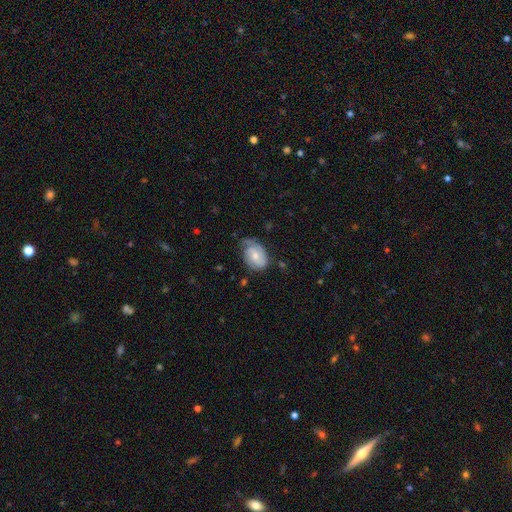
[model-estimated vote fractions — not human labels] smooth-or-featured: featured or disk: 62% | smooth: 32% | star or artifact: 6%
  disk-edge-on: no: 97% | yes: 3%
    bar: no: 59% | weak: 35% | strong: 6%
    has-spiral-arms: yes: 89% | no: 11%
      spiral-winding: tight: 48% | medium: 37% | loose: 15%
      spiral-arm-count: 2: 49% | can't tell: 21% | 1: 17% | 3: 9% | 4: 2% | more than 4: 2%
    bulge-size: moderate: 52% | small: 42% | none: 3% | large: 2% | dominant: 1%
  merging: none: 50% | minor disturbance: 35% | major disturbance: 13% | merger: 2%